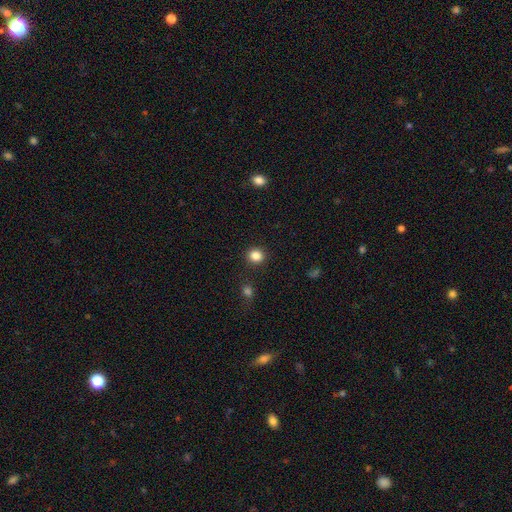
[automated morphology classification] This is clearly a smooth galaxy (85%). How rounded: clearly round (86%). Merging: clearly none (89%).